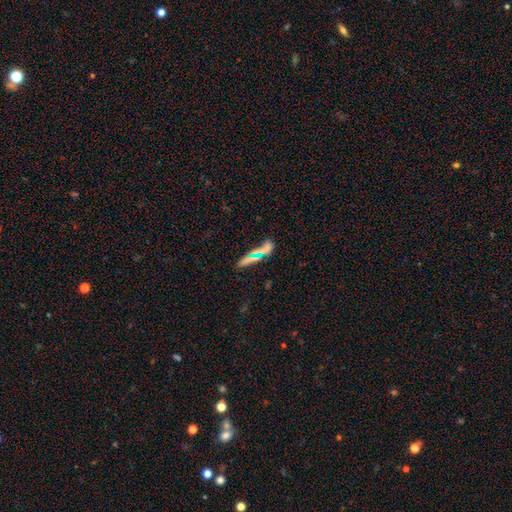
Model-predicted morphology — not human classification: This appears to be a smooth galaxy with no disk features (50%) that is cigar-shaped (72%). Merging: none (52%).